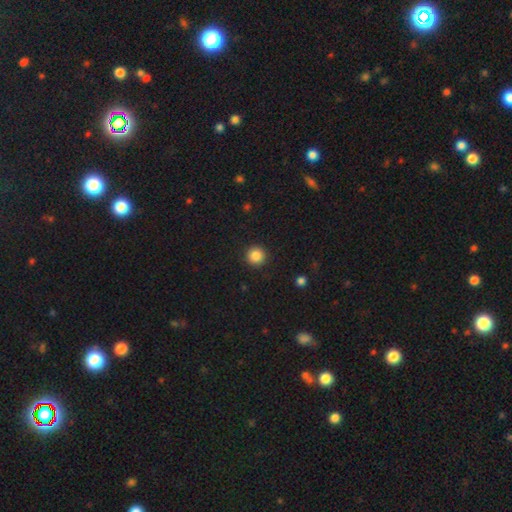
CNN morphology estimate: smooth 86%, star or artifact 10%, featured or disk 4%. Down the decision tree: how rounded — round (96%); merging — none (93%).